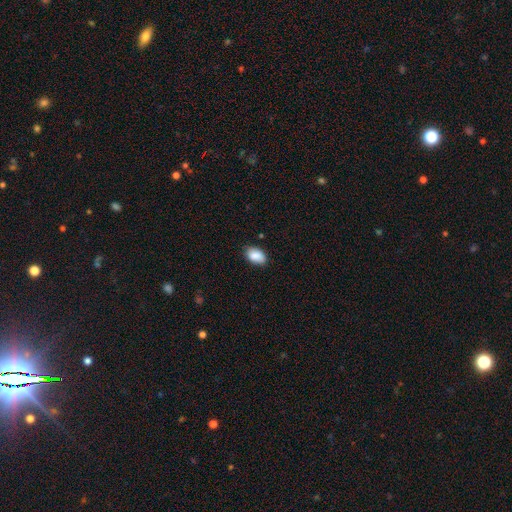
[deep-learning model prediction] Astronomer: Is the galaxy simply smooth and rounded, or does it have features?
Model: smooth — 89%.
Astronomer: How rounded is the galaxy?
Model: in between — 90%.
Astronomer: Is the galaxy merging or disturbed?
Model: none — 81%.